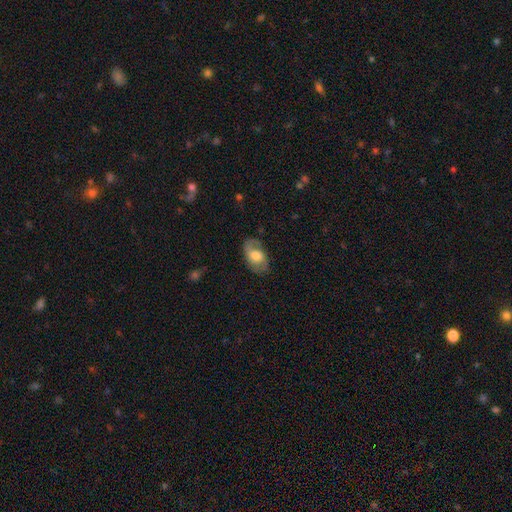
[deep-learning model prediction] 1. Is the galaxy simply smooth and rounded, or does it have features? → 47% smooth, 46% featured or disk, 7% star or artifact.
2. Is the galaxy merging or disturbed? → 71% none, 20% minor disturbance, 8% major disturbance, 1% merger.